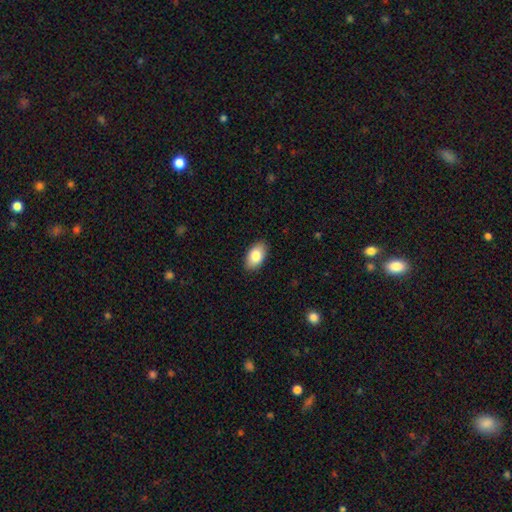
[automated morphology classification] Smooth or featured? smooth (83%)
How rounded? in between (93%)
Merging? none (89%)